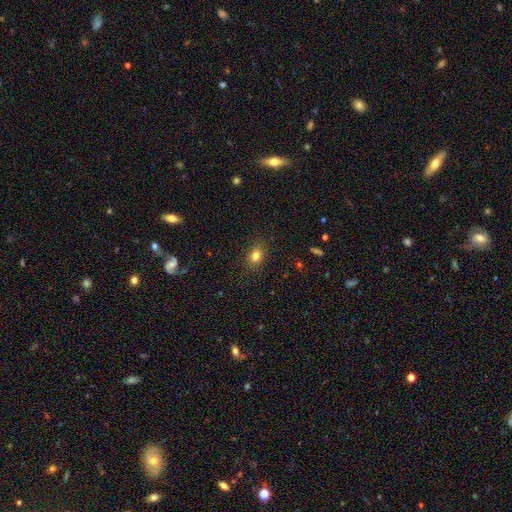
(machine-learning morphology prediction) smooth-or-featured: smooth: 80% | star or artifact: 12% | featured or disk: 8%
  how-rounded: in between: 68% | round: 30% | cigar-shaped: 2%
  merging: none: 86% | minor disturbance: 10% | major disturbance: 3% | merger: 1%